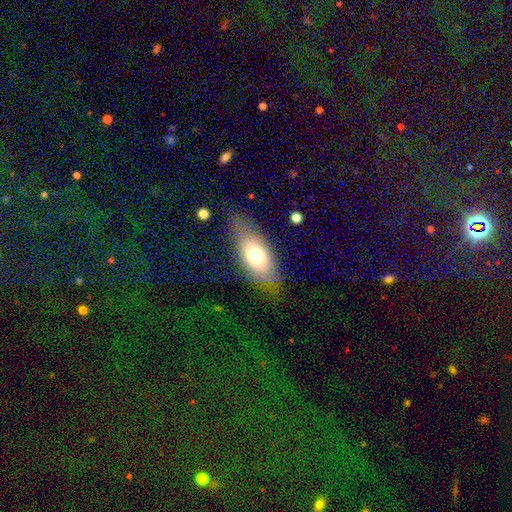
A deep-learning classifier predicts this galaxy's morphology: smooth-or-featured: smooth: 68% | featured or disk: 24% | star or artifact: 8%
  how-rounded: in between: 85% | cigar-shaped: 10% | round: 5%
  merging: none: 72% | minor disturbance: 19% | major disturbance: 7% | merger: 1%